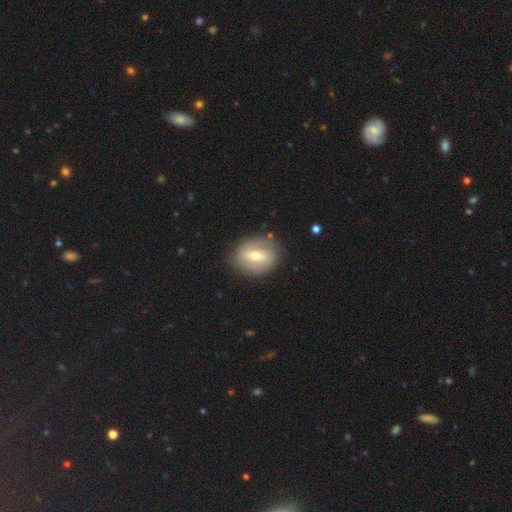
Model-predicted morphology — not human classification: smooth-or-featured: featured or disk: 56% | smooth: 37% | star or artifact: 7%
  disk-edge-on: no: 89% | yes: 11%
    bar: strong: 46% | weak: 39% | no: 15%
    has-spiral-arms: no: 60% | yes: 40%
    bulge-size: moderate: 61% | small: 33% | large: 4% | none: 1% | dominant: 1%
  merging: none: 81% | minor disturbance: 13% | major disturbance: 4% | merger: 2%